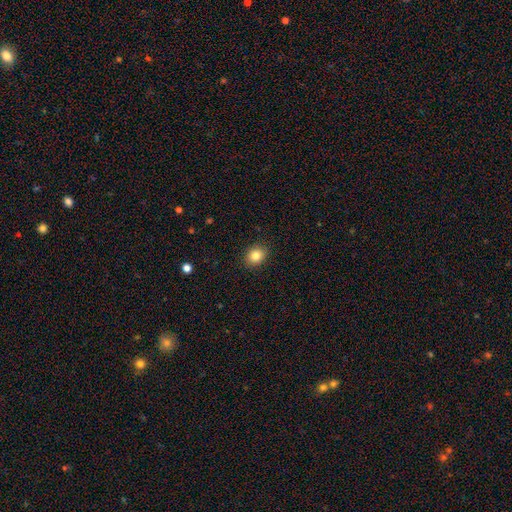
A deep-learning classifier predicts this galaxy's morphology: A smooth galaxy with no disk features (84%) that is round (57%). Merging: none (90%).